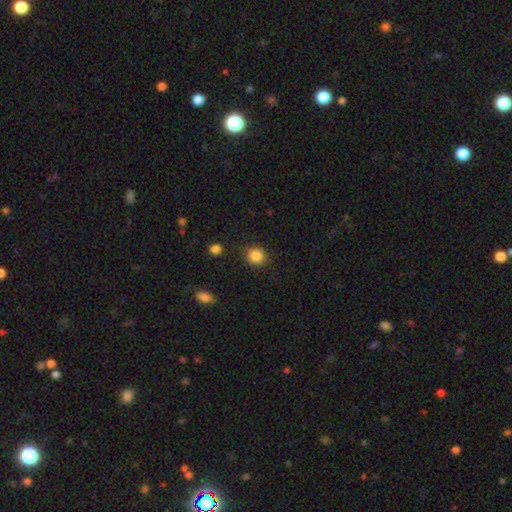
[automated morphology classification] smooth-or-featured: smooth: 86% | star or artifact: 10% | featured or disk: 4%
  how-rounded: round: 85% | in between: 14% | cigar-shaped: 1%
  merging: none: 89% | minor disturbance: 7% | major disturbance: 2% | merger: 2%